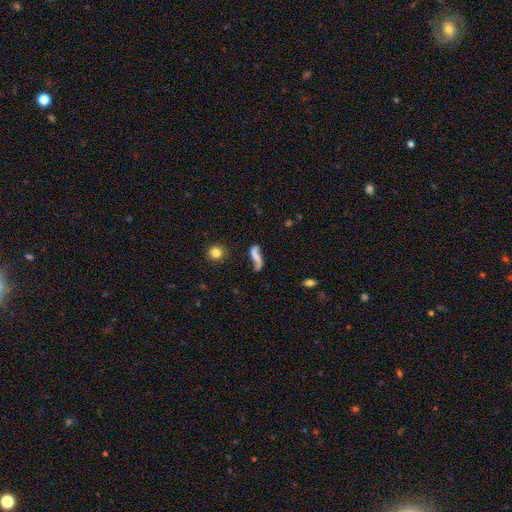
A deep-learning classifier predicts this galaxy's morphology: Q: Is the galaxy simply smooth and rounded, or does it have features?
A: featured or disk — 57%.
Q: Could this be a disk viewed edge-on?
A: no — 87%.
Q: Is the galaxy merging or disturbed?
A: none — 48%.